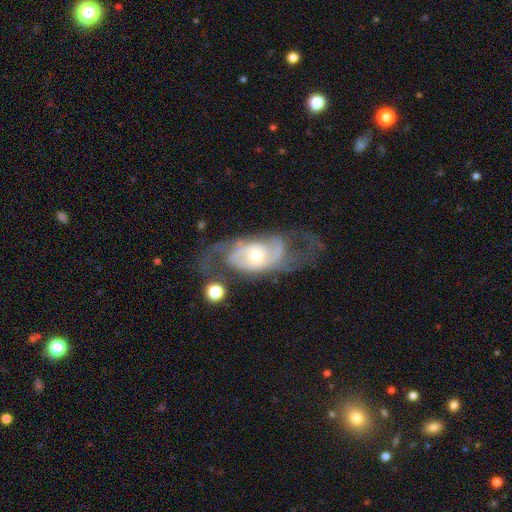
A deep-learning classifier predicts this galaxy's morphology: Smooth or featured? Predicted: featured or disk (p=0.83). Edge-on disk? Predicted: no (p=0.94). Bar? Predicted: no (p=0.69). Spiral arms? Predicted: yes (p=0.90). Spiral winding? Predicted: medium (p=0.44). Spiral arm count? Predicted: 2 (p=0.59). Bulge size? Predicted: small (p=0.48). Merging? Predicted: none (p=0.51).